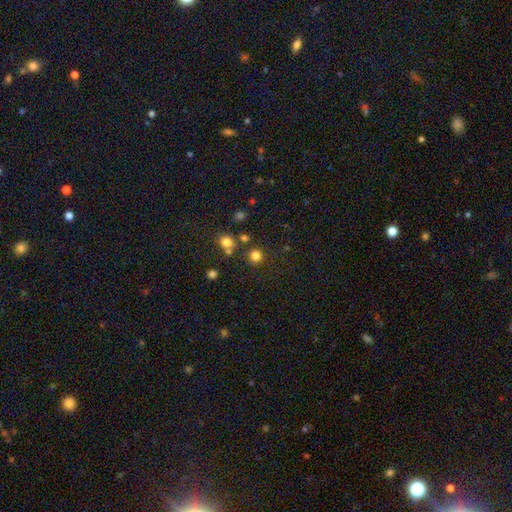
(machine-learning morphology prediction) The model was most divided on "smooth or featured": smooth: 79%, star or artifact: 16%, featured or disk: 5%. More confident: how rounded — round (92%); merging — none (81%).